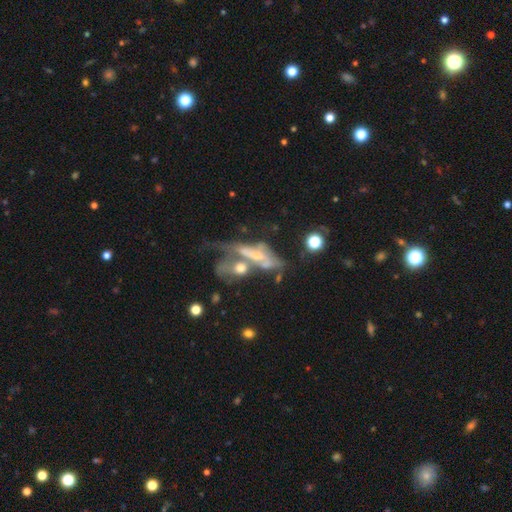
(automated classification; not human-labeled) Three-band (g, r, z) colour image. It shows a featured or disk galaxy (62%). Merging: merger (54%).